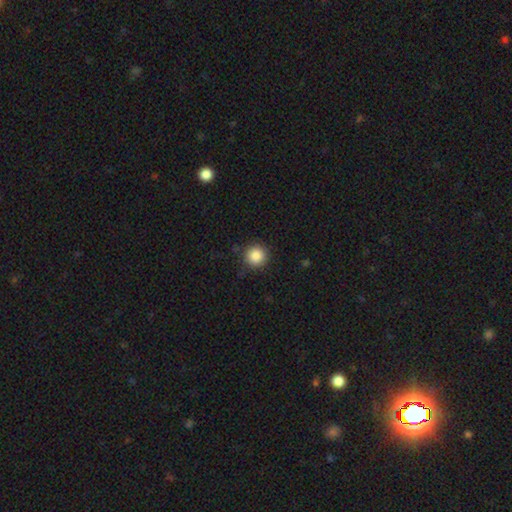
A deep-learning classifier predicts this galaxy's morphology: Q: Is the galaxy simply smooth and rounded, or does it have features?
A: smooth — 87%.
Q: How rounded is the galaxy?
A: round — 95%.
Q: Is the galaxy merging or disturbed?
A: none — 88%.